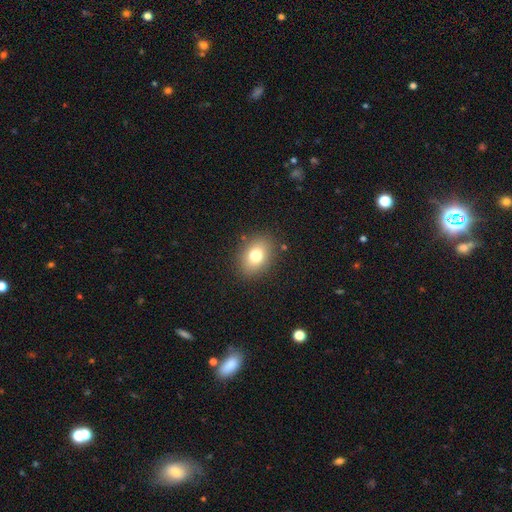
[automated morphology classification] Overall: smooth (77%). How rounded: in between (66%; round 33%). Merging: none (86%).